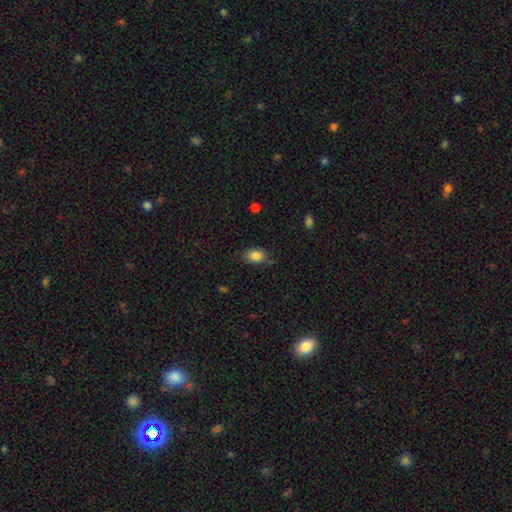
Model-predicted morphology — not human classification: Q: Smooth or featured?
A: smooth (83%); runner-up: star or artifact (9%)
Q: How rounded?
A: in between (79%); runner-up: round (19%)
Q: Merging?
A: none (75%); runner-up: minor disturbance (19%)